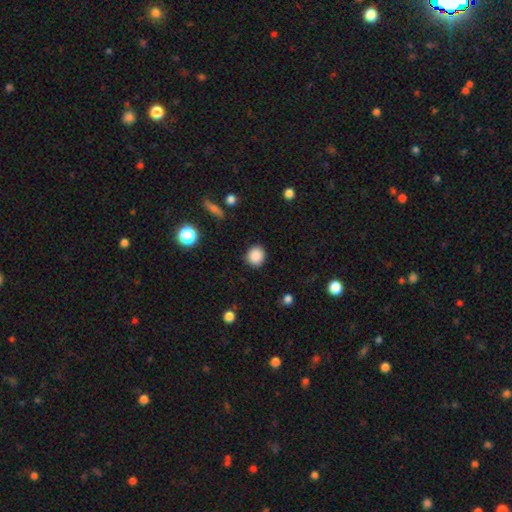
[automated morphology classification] smooth 87%, star or artifact 10%, featured or disk 3%. Down the decision tree: how rounded — round (84%); merging — none (88%).